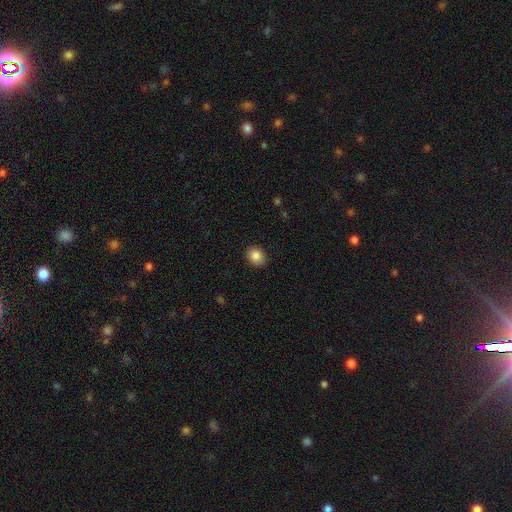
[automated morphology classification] smooth_or_featured: smooth (p=0.86) [alt: star or artifact p=0.09]
how_rounded: in between (p=0.50) [alt: round p=0.49]
merging: none (p=0.90) [alt: minor disturbance p=0.07]